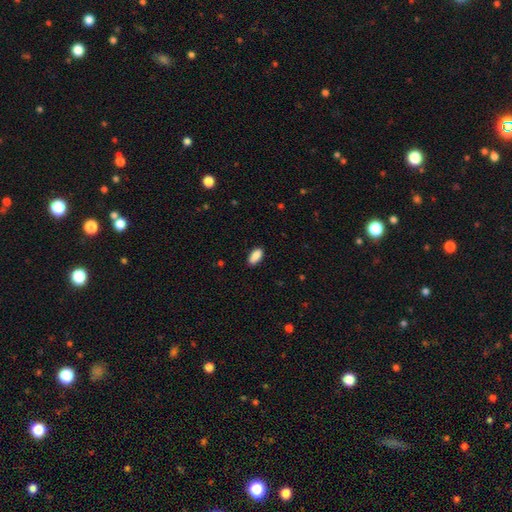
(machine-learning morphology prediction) type=smooth (90%); roundness=in between (91%); merging=none (87%).